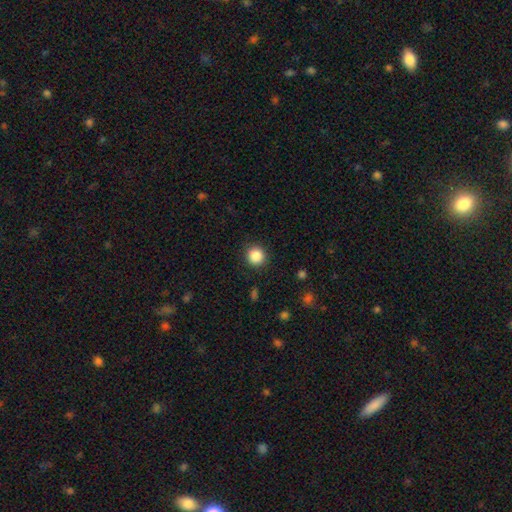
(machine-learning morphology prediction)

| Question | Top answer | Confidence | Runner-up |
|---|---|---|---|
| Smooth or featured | smooth | 86% | star or artifact (10%) |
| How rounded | round | 93% | in between (6%) |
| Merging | none | 90% | minor disturbance (6%) |